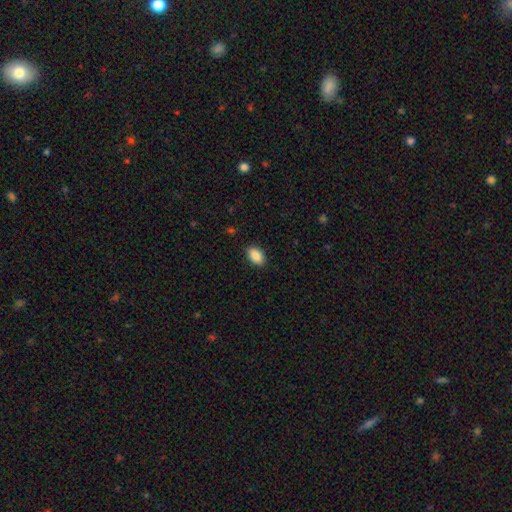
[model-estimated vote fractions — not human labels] This appears to be a smooth galaxy with no disk features (89%) that is in between round and cigar-shaped (90%). Merging: none (89%).